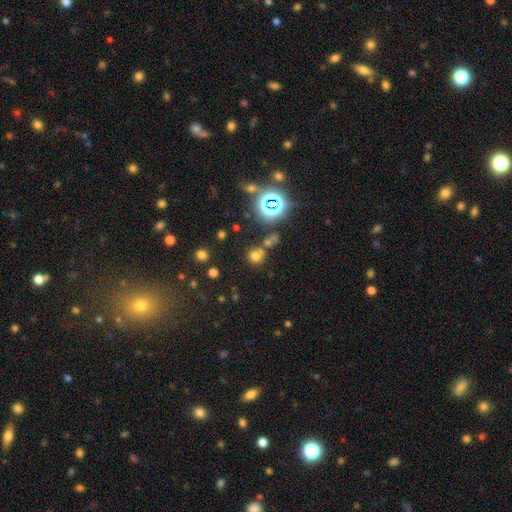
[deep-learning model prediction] This appears to be a smooth galaxy with no disk features (60%) that is round (89%). Merging: none (64%).